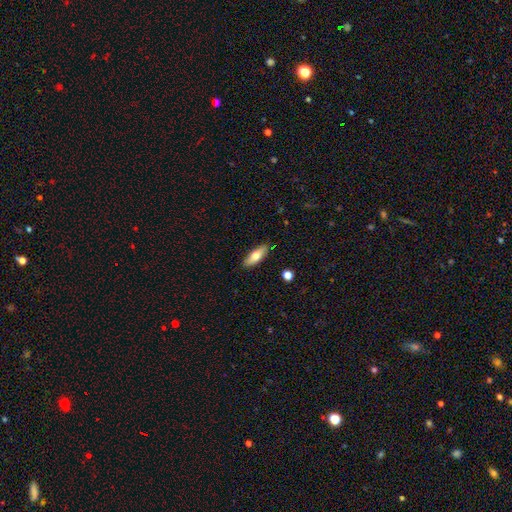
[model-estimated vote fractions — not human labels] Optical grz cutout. It shows a smooth galaxy with no disk features (68%) that is in between round and cigar-shaped (62%). Merging: none (87%).